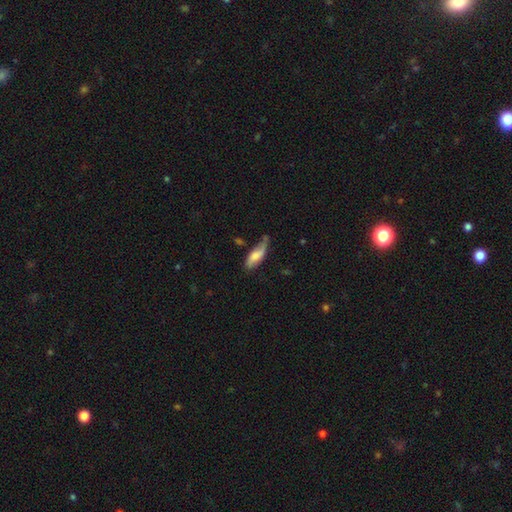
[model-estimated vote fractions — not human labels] Smooth or featured: smooth — 62% (featured or disk — 31%)
How rounded: in between — 66% (cigar-shaped — 31%)
Merging: none — 49% (minor disturbance — 34%)